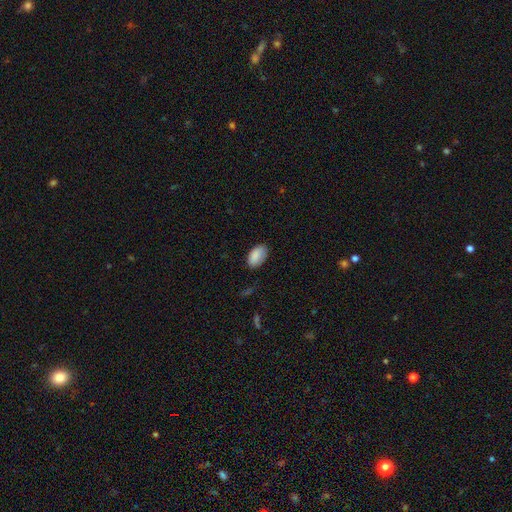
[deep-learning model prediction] A smooth galaxy with no disk features (88%) that is in between round and cigar-shaped (94%). Merging: none (78%).